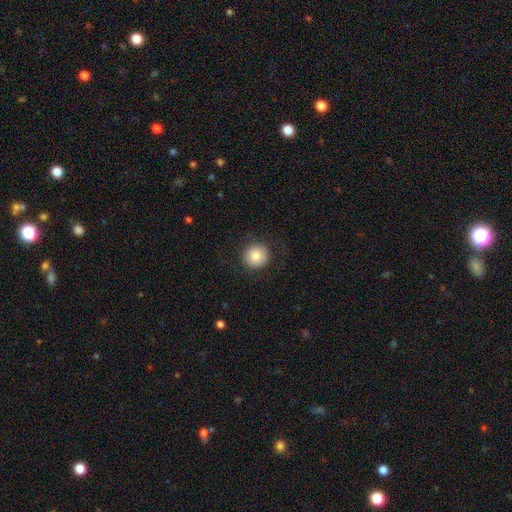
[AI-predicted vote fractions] This is clearly a smooth galaxy (83%). How rounded: clearly round (94%). Merging: clearly none (86%).